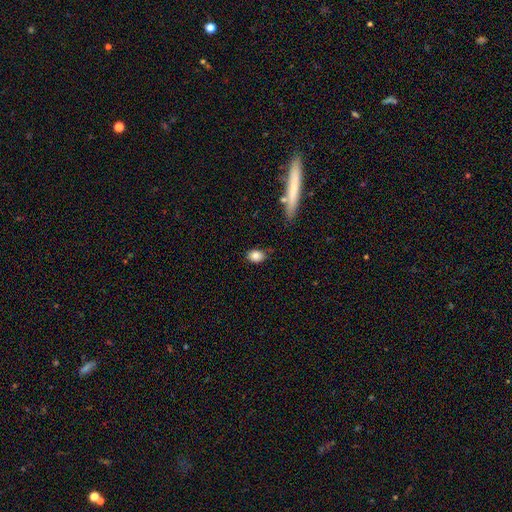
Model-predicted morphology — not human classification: Q: Smooth or featured?
A: smooth (85%); runner-up: star or artifact (8%)
Q: How rounded?
A: in between (70%); runner-up: round (27%)
Q: Merging?
A: none (78%); runner-up: minor disturbance (16%)